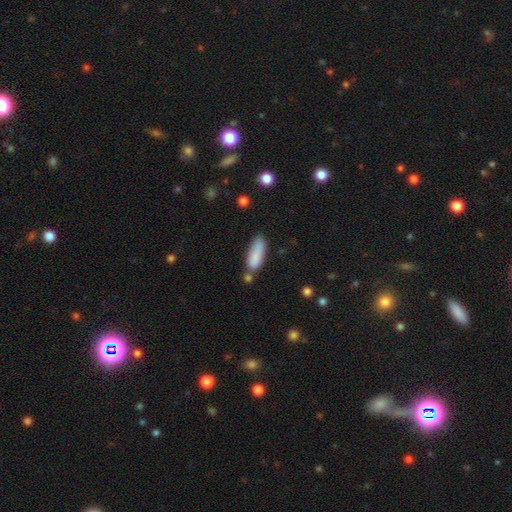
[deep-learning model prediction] smooth 85%, featured or disk 8%, star or artifact 7%. Down the decision tree: how rounded — in between (58%); merging — none (52%).